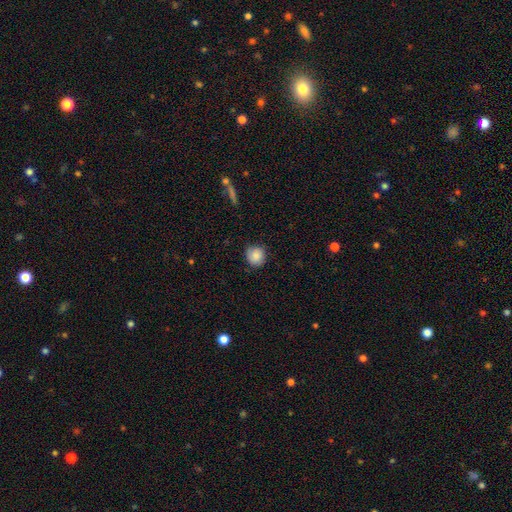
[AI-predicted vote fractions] smooth-or-featured: smooth: 84% | star or artifact: 8% | featured or disk: 8%
  how-rounded: round: 86% | in between: 13% | cigar-shaped: 1%
  merging: none: 78% | minor disturbance: 18% | major disturbance: 3% | merger: 1%